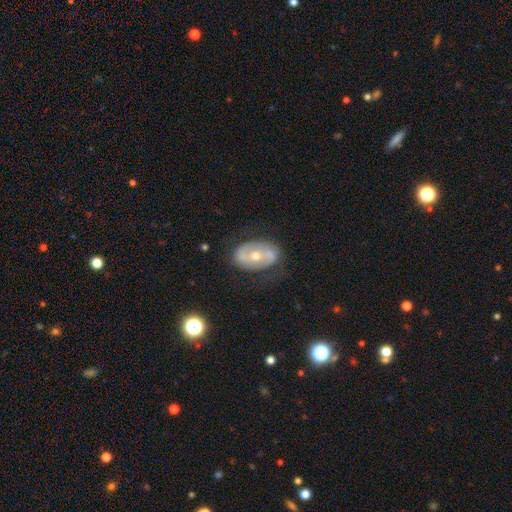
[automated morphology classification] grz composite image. It shows a featured or disk galaxy (66%) with no bar (48%), no spiral arms (51%) and a moderate central bulge (61%). Merging: none (63%).